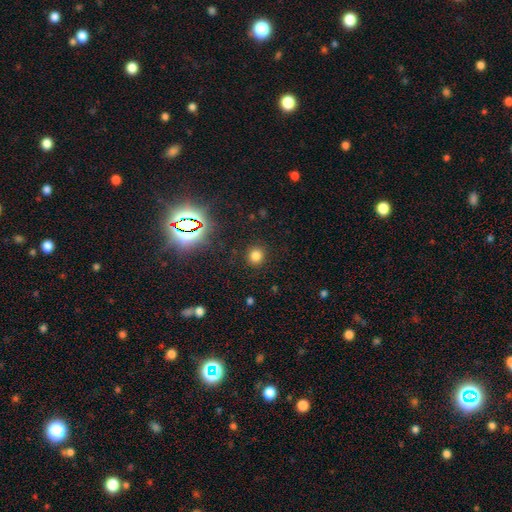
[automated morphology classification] A smooth galaxy with no disk features (77%) that is round (87%).

Vote fractions:
- Smooth or featured? smooth: 77% / star or artifact: 18% / featured or disk: 5%
- How rounded? round: 87% / in between: 12% / cigar-shaped: 1%
- Merging? none: 89% / minor disturbance: 6% / major disturbance: 3% / merger: 1%